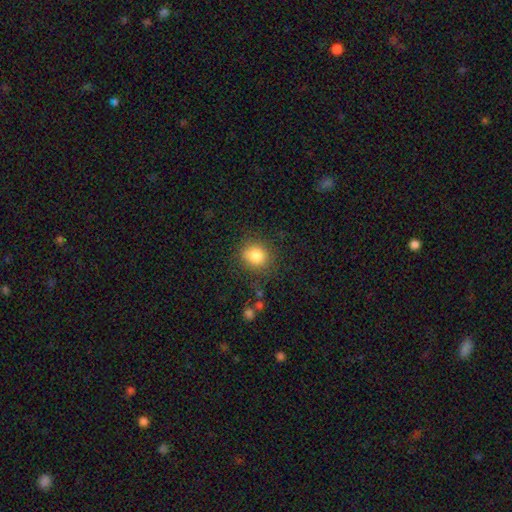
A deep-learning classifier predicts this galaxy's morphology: Smooth or featured? Predicted: smooth (p=0.83). How rounded? Predicted: round (p=0.73). Merging? Predicted: none (p=0.79).